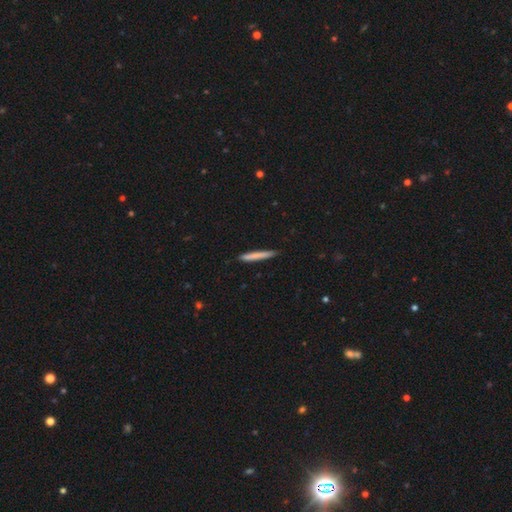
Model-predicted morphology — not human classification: Smooth or featured? smooth (75%)
How rounded? cigar-shaped (96%)
Merging? none (89%)